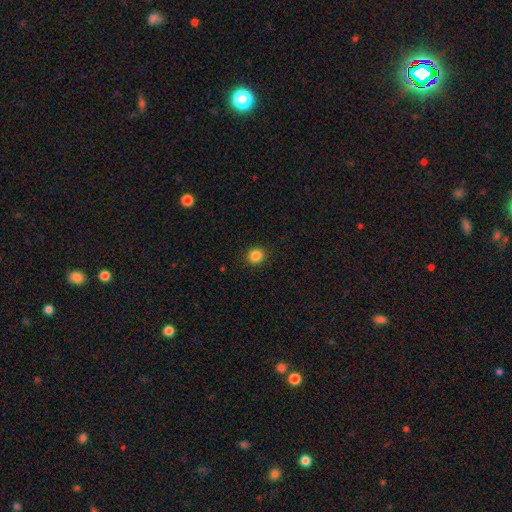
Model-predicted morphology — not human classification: Smooth or featured: smooth — 85% (star or artifact — 11%)
How rounded: round — 86% (in between — 13%)
Merging: none — 91% (minor disturbance — 6%)